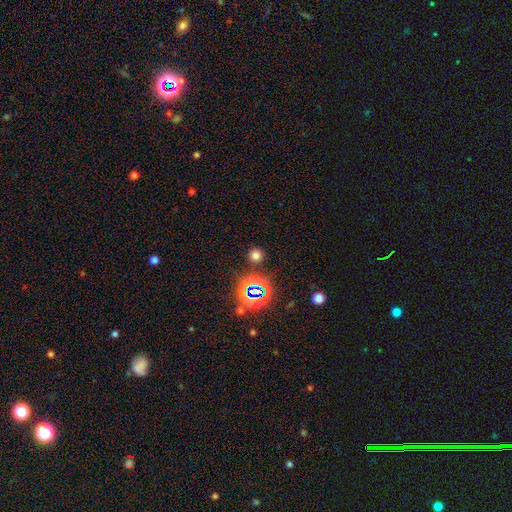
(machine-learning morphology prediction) Smooth or featured? Predicted: smooth (p=0.66). How rounded? Predicted: round (p=0.92). Merging? Predicted: none (p=0.87).